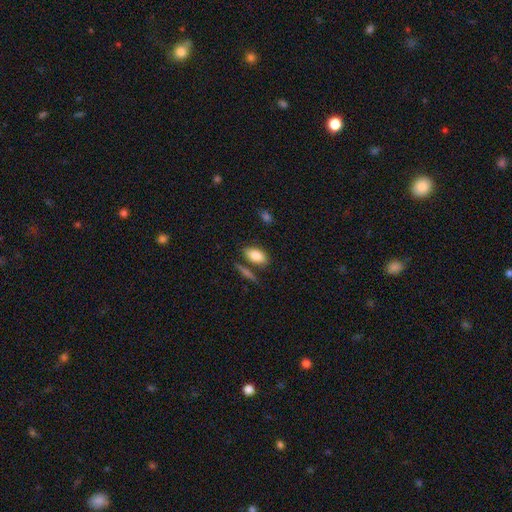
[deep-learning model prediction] smooth-or-featured: smooth: 85% | featured or disk: 8% | star or artifact: 7%
  how-rounded: in between: 90% | cigar-shaped: 5% | round: 4%
  merging: none: 71% | minor disturbance: 13% | merger: 12% | major disturbance: 4%